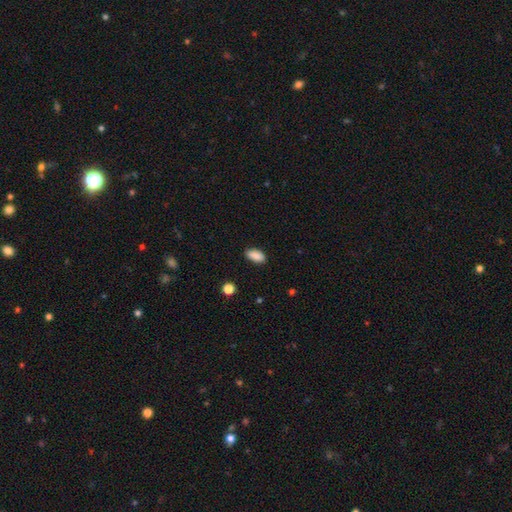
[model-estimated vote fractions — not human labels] A smooth galaxy with no disk features (89%) that is in between round and cigar-shaped (91%).

Vote fractions:
- Smooth or featured? smooth: 89% / star or artifact: 8% / featured or disk: 3%
- How rounded? in between: 91% / cigar-shaped: 6% / round: 3%
- Merging? none: 87% / minor disturbance: 10% / major disturbance: 2% / merger: 1%